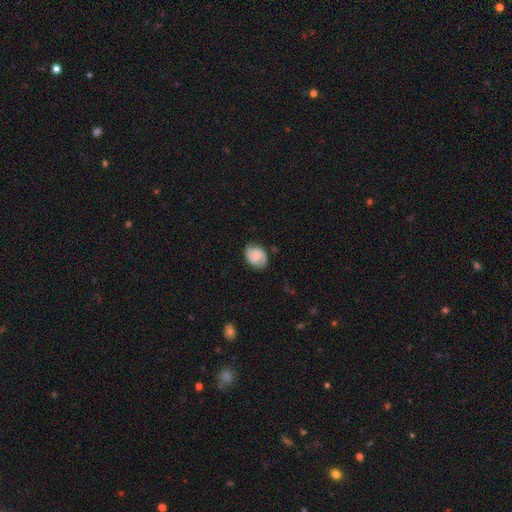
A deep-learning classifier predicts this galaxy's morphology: Q: Smooth or featured?
A: featured or disk (51%); runner-up: smooth (41%)
Q: Edge-on disk?
A: no (97%); runner-up: yes (3%)
Q: Merging?
A: none (71%); runner-up: minor disturbance (22%)